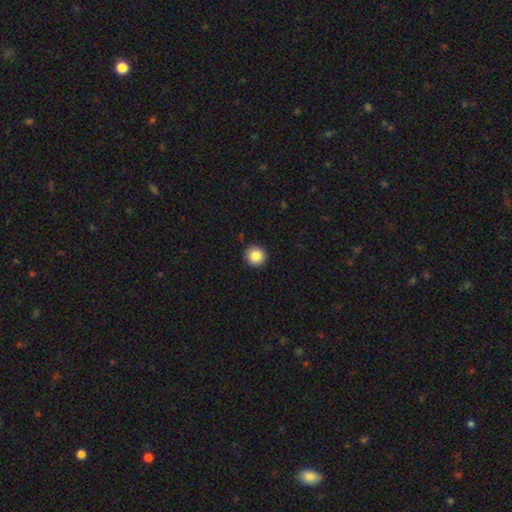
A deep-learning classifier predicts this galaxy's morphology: Smooth or featured: smooth — 85% (star or artifact — 9%)
How rounded: round — 94% (in between — 5%)
Merging: none — 91% (minor disturbance — 6%)